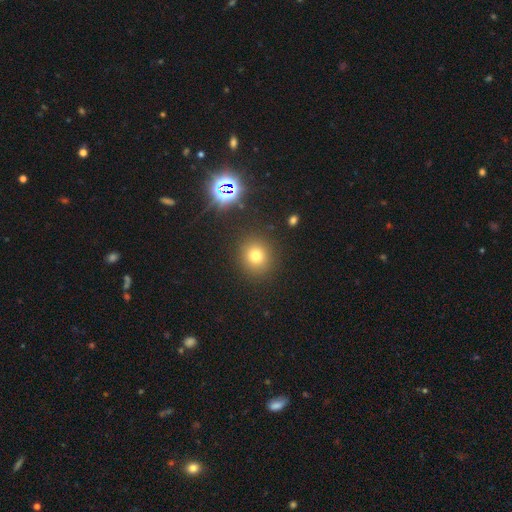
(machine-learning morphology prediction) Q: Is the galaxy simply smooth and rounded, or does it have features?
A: smooth — 74%.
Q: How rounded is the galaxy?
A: round — 87%.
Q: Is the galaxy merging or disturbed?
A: none — 88%.